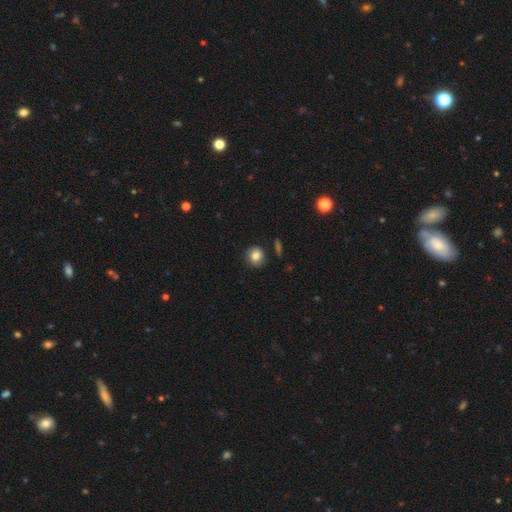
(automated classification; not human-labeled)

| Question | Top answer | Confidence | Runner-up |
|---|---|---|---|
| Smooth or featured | smooth | 82% | star or artifact (10%) |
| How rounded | round | 82% | in between (17%) |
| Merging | none | 85% | minor disturbance (10%) |